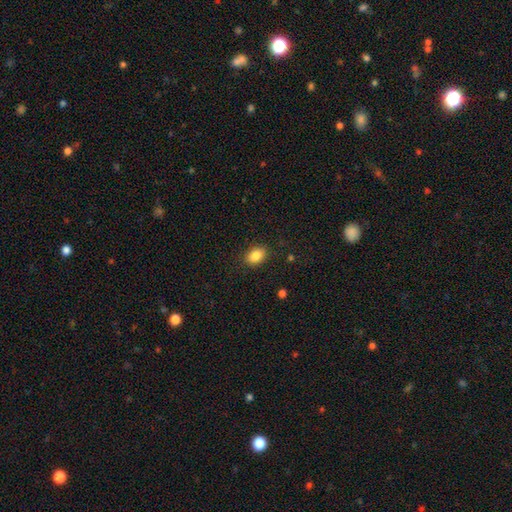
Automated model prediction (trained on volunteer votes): Smooth or featured? smooth (85%)
How rounded? in between (78%)
Merging? none (87%)